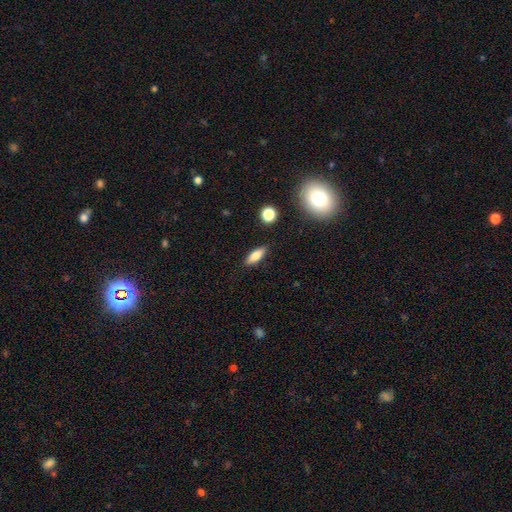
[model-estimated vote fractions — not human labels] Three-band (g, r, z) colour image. It shows a smooth galaxy with no disk features (76%) that is in between round and cigar-shaped (65%). Merging: none (87%).